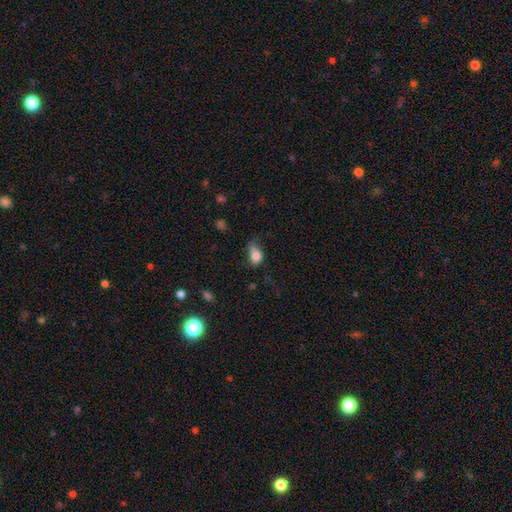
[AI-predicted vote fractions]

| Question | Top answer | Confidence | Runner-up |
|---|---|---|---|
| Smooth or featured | smooth | 79% | featured or disk (12%) |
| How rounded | in between | 72% | round (25%) |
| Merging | minor disturbance | 38% | none (31%) |